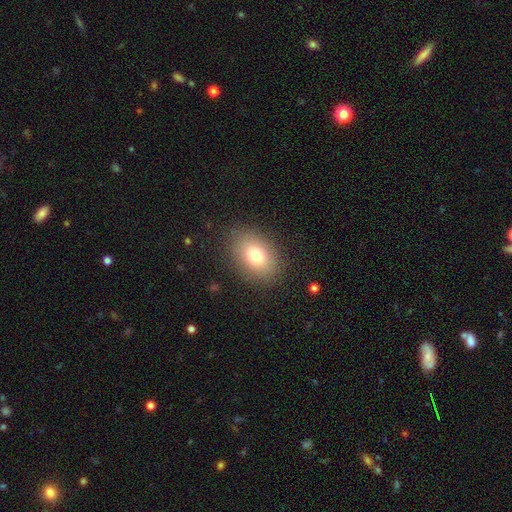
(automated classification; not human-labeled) Morphology: type=smooth (77%); roundness=in between (76%); merging=none (85%).